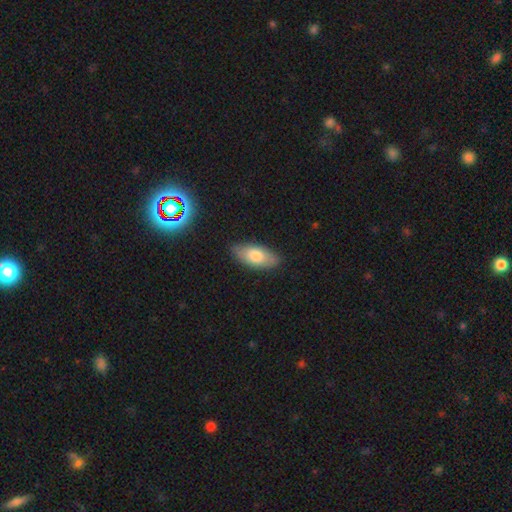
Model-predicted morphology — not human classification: type=smooth (75%); roundness=in between (89%); merging=none (82%).